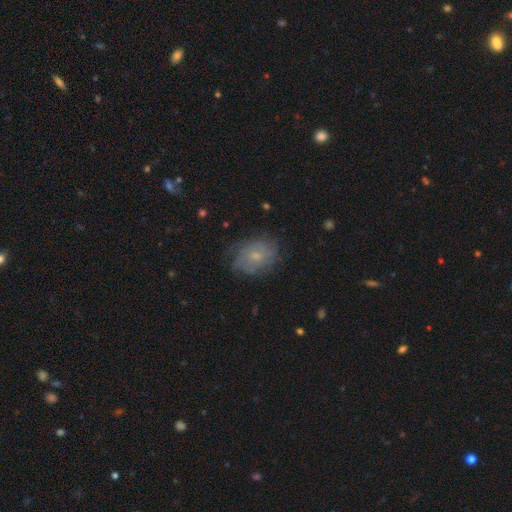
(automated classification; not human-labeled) Overall: smooth (54%; featured or disk 36%). How rounded: in between (66%; round 33%). Merging: none (68%).